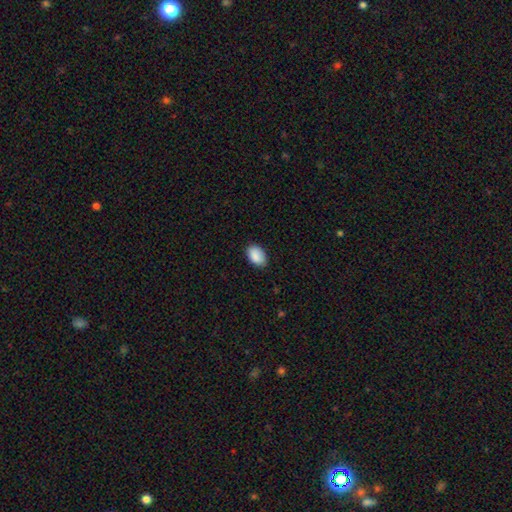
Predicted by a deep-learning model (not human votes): Smooth or featured? smooth (90%)
How rounded? in between (92%)
Merging? none (85%)